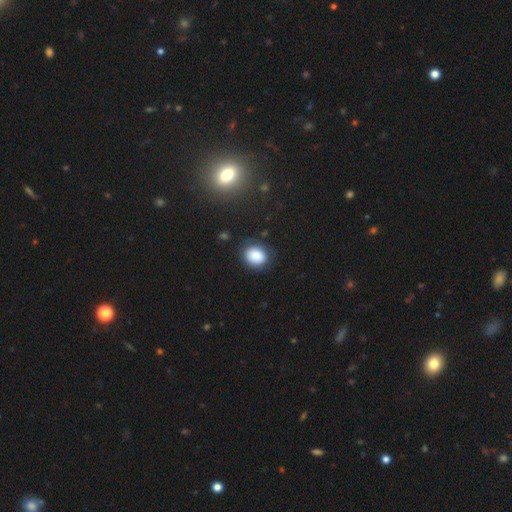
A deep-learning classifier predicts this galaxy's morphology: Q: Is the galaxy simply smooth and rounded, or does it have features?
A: smooth — 86%.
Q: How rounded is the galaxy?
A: round — 56%.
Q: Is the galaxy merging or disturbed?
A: none — 80%.